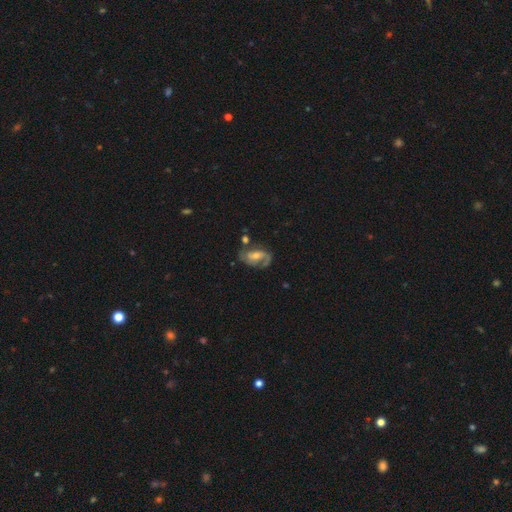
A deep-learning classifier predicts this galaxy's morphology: featured or disk 78%, smooth 16%, star or artifact 6%. Down the decision tree: edge-on disk — no (96%); bar — weak (42%, tied with no); spiral arms — yes (91%); spiral arm count — 2 (65%); spiral winding — medium (46%); bulge size — moderate (53%); merging — none (57%).